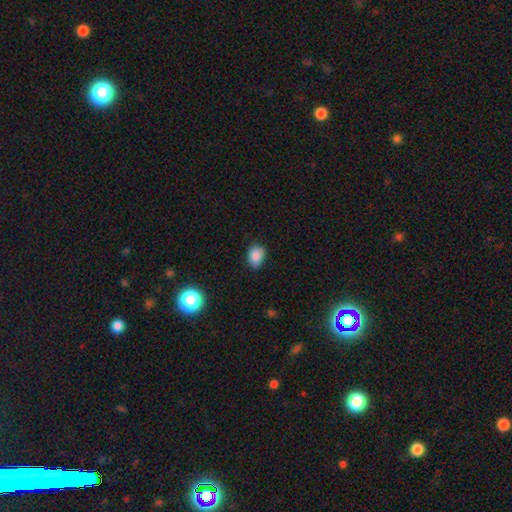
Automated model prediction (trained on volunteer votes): smooth 85%, star or artifact 10%, featured or disk 5%. Down the decision tree: how rounded — in between (71%); merging — none (71%).